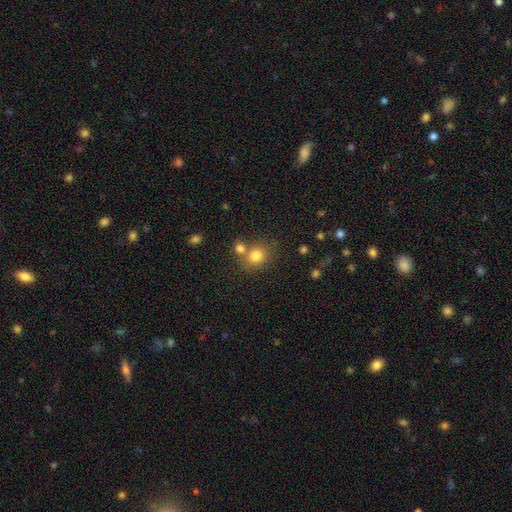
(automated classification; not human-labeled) smooth 81%, star or artifact 11%, featured or disk 7%. Down the decision tree: how rounded — round (69%); merging — none (58%).